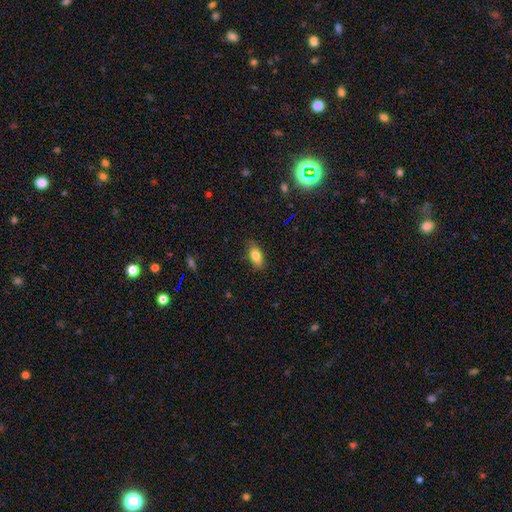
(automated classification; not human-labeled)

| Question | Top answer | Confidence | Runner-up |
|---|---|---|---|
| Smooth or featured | smooth | 79% | featured or disk (12%) |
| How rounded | in between | 85% | cigar-shaped (10%) |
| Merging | none | 84% | minor disturbance (12%) |